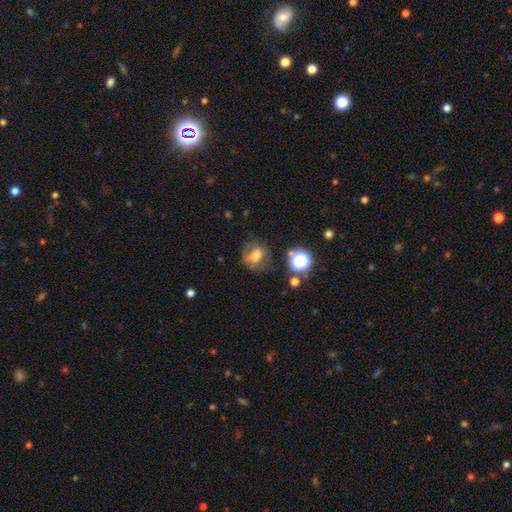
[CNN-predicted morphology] Smooth or featured: smooth — 57% (featured or disk — 25%)
How rounded: round — 58% (in between — 40%)
Merging: none — 58% (minor disturbance — 23%)